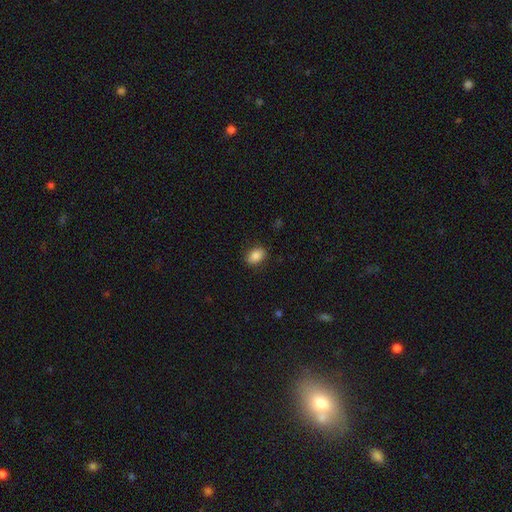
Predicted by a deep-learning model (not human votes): A smooth galaxy with no disk features (85%) that is in between round and cigar-shaped (83%). Merging: none (85%).